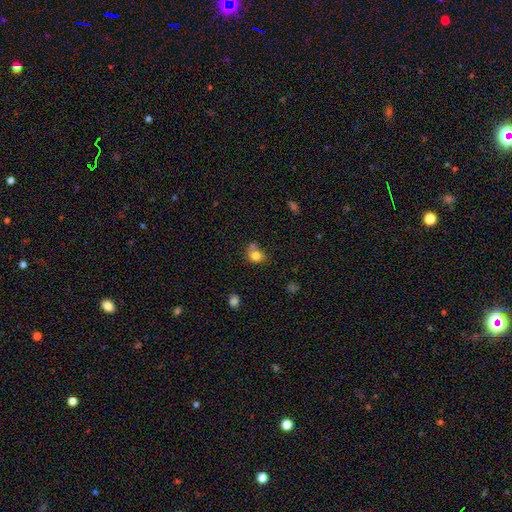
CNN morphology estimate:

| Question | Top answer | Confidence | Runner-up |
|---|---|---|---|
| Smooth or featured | smooth | 80% | star or artifact (11%) |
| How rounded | round | 69% | in between (30%) |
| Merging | none | 53% | merger (24%) |